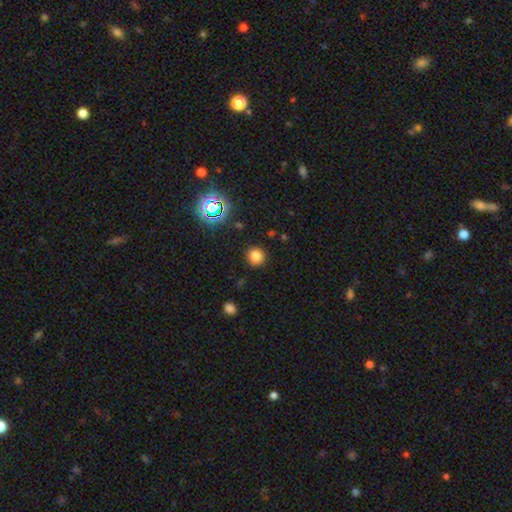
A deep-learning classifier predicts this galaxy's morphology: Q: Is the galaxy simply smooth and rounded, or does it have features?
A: smooth — 78%.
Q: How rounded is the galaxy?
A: round — 91%.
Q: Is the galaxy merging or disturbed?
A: none — 89%.